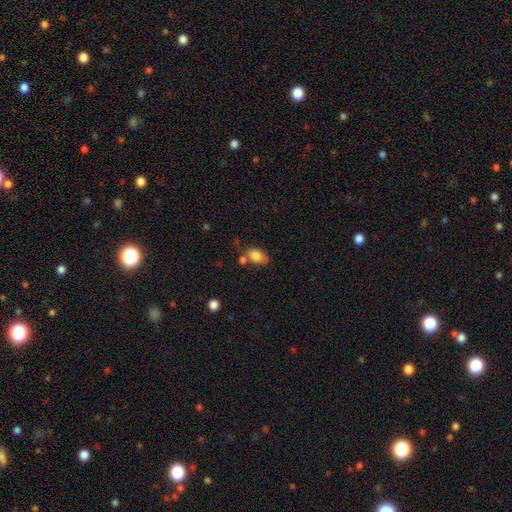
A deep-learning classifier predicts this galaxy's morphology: Smooth or featured: smooth — 83% (featured or disk — 9%)
How rounded: in between — 88% (round — 9%)
Merging: none — 55% (minor disturbance — 20%)